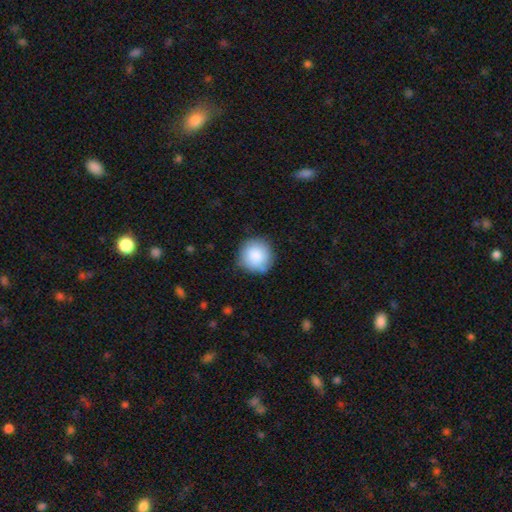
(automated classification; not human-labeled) Q: Smooth or featured?
A: smooth (87%); runner-up: star or artifact (7%)
Q: How rounded?
A: round (93%); runner-up: in between (6%)
Q: Merging?
A: none (83%); runner-up: minor disturbance (12%)